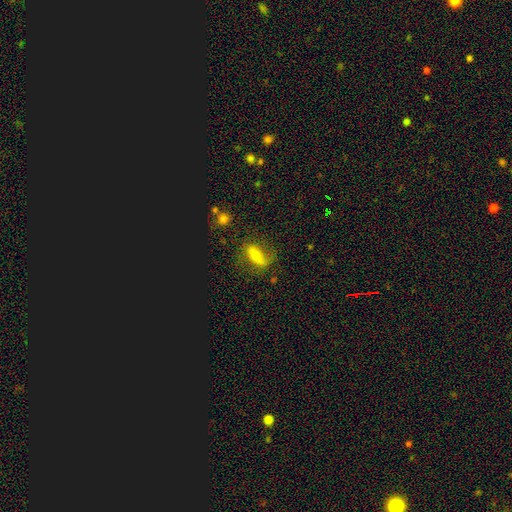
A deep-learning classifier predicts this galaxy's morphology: Smooth or featured?
  - featured or disk: 44% * (tied)
  - smooth: 44% * (tied)
  - star or artifact: 12%
Merging?
  - none: 63% *
  - minor disturbance: 20%
  - major disturbance: 14%
  - merger: 3%